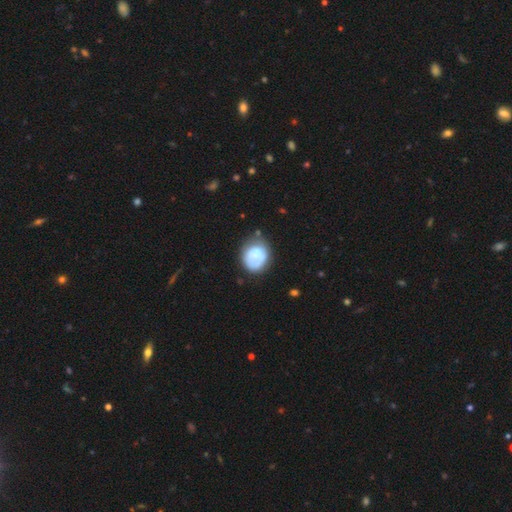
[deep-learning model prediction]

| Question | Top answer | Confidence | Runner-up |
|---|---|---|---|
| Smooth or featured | smooth | 71% | featured or disk (22%) |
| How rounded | round | 72% | in between (28%) |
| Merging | none | 57% | minor disturbance (27%) |